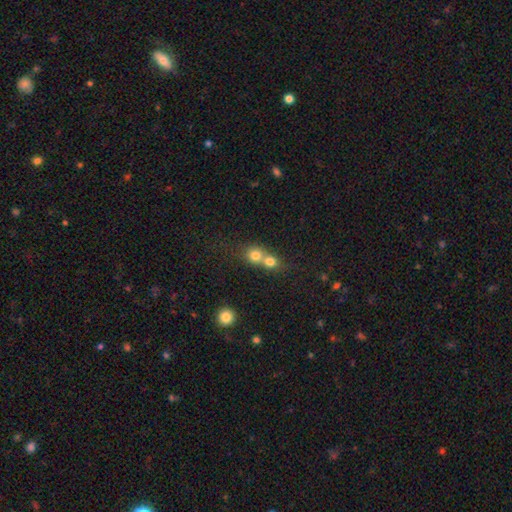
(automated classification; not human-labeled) Smooth or featured: smooth — 75% (featured or disk — 13%)
How rounded: round — 82% (in between — 16%)
Merging: merger — 66% (none — 27%)